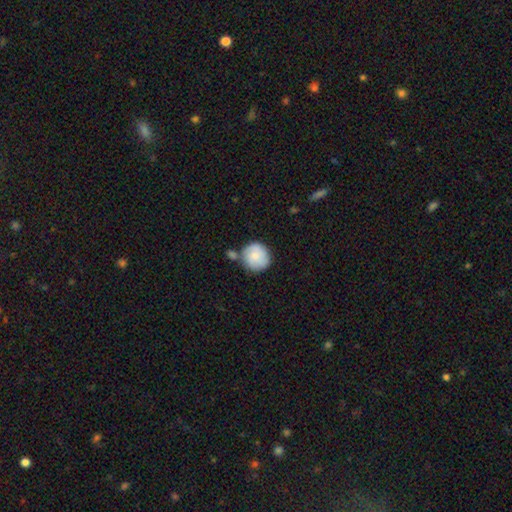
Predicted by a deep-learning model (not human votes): Smooth or featured? Predicted: smooth (p=0.77). How rounded? Predicted: round (p=0.90). Merging? Predicted: none (p=0.57).